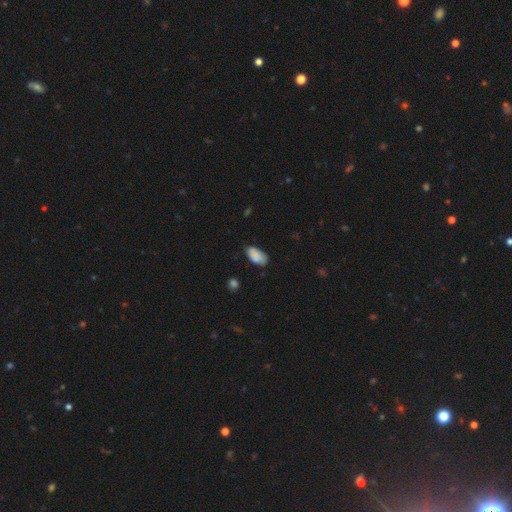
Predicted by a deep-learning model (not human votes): Smooth or featured? Predicted: smooth (p=0.85). How rounded? Predicted: in between (p=0.95). Merging? Predicted: none (p=0.73).